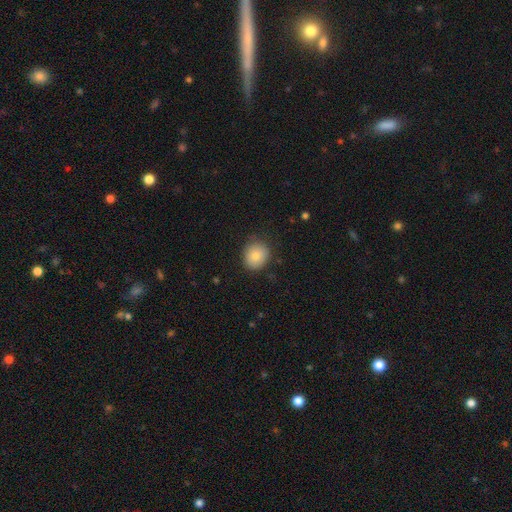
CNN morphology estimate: Smooth or featured?
  - smooth: 82% *
  - star or artifact: 9%
  - featured or disk: 9%
How rounded?
  - round: 75% *
  - in between: 25%
  - cigar-shaped: 1%
Merging?
  - none: 82% *
  - minor disturbance: 14%
  - major disturbance: 3%
  - merger: 1%